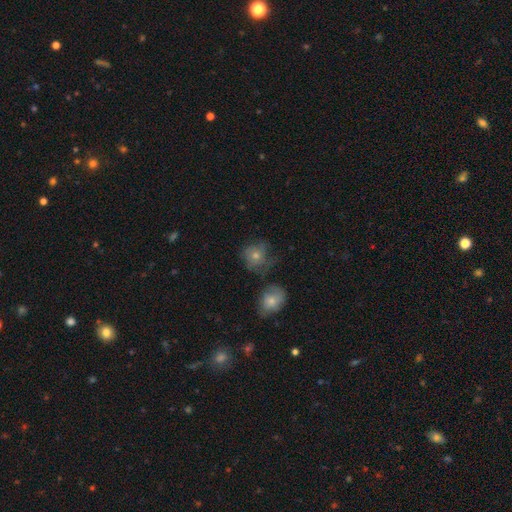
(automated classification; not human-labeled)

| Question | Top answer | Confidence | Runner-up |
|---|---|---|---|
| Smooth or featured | smooth | 64% | featured or disk (26%) |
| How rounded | round | 78% | in between (21%) |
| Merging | none | 50% | minor disturbance (24%) |